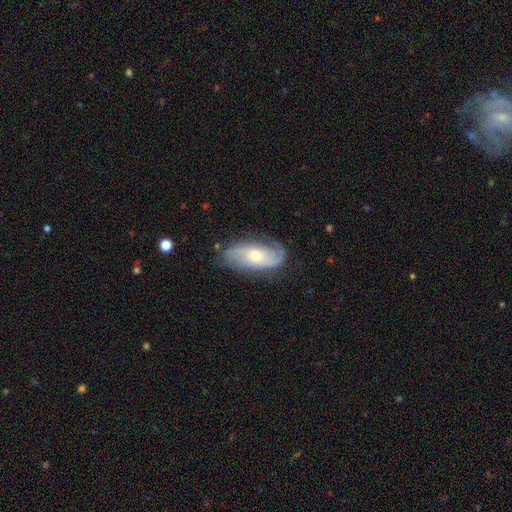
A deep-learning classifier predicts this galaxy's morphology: Smooth or featured: featured or disk — 72% (smooth — 21%)
Edge-on disk: no — 91% (yes — 9%)
Bar: no — 69% (weak — 24%)
Spiral arms: yes — 90% (no — 10%)
Spiral winding: medium — 38% (loose — 31%)
Spiral arm count: 2 — 64% (can't tell — 19%)
Bulge size: moderate — 57% (small — 38%)
Merging: none — 72% (minor disturbance — 20%)